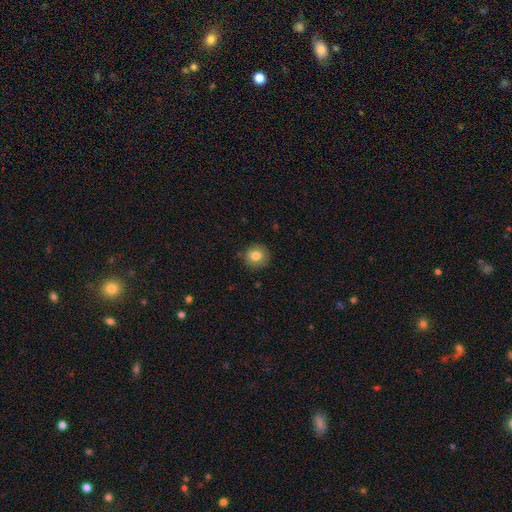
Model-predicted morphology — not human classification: Smooth or featured: smooth — 80% (featured or disk — 11%)
How rounded: round — 92% (in between — 7%)
Merging: none — 87% (minor disturbance — 10%)